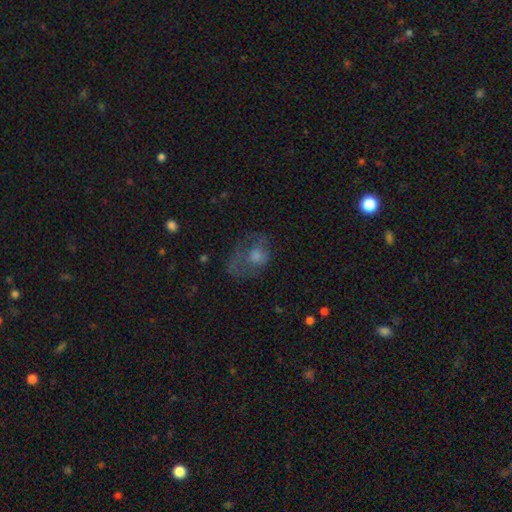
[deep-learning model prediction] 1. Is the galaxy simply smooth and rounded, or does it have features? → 41% featured or disk, 34% smooth, 25% star or artifact.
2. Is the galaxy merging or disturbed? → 50% none, 26% major disturbance, 21% minor disturbance, 3% merger.